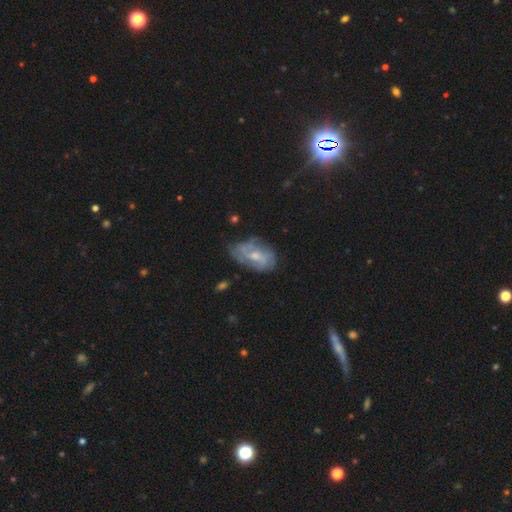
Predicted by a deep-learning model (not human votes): This appears to be a featured or disk galaxy (60%) with no bar (60%), spiral arms (63%) and a moderate central bulge (47%). Merging: none (58%).